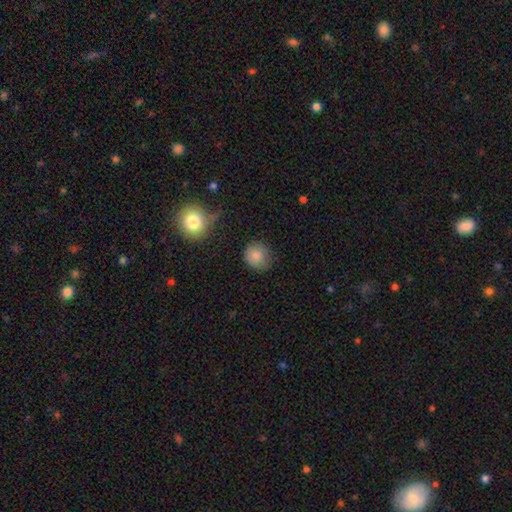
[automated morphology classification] Overall: smooth (85%). How rounded: round (89%). Merging: none (78%).